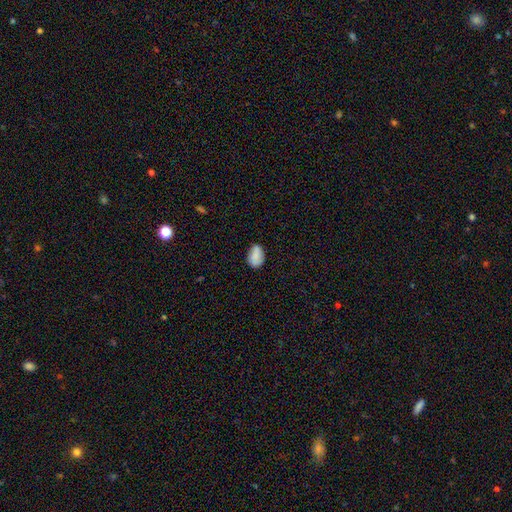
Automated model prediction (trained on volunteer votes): Overall: smooth (81%). How rounded: in between (84%). Merging: none (74%).